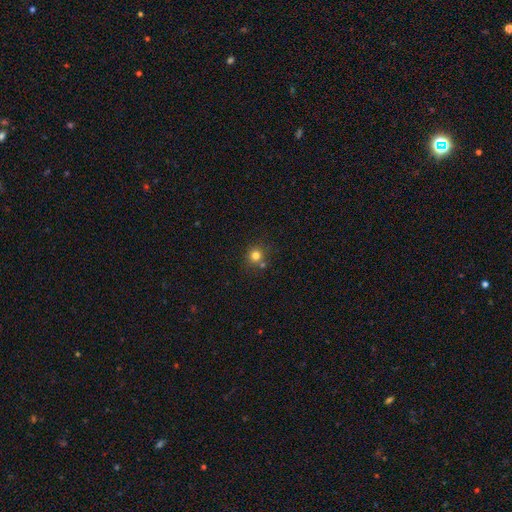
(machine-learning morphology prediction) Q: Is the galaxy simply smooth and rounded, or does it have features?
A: smooth — 79%.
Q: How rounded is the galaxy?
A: round — 90%.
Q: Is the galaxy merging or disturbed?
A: none — 72%.